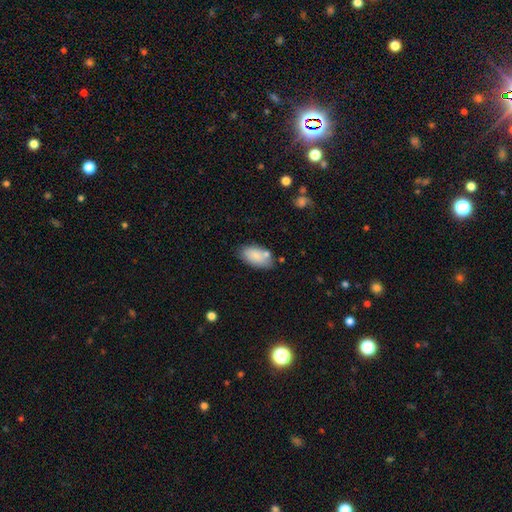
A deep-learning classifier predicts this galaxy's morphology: type=smooth (82%); roundness=in between (94%); merging=none (68%).